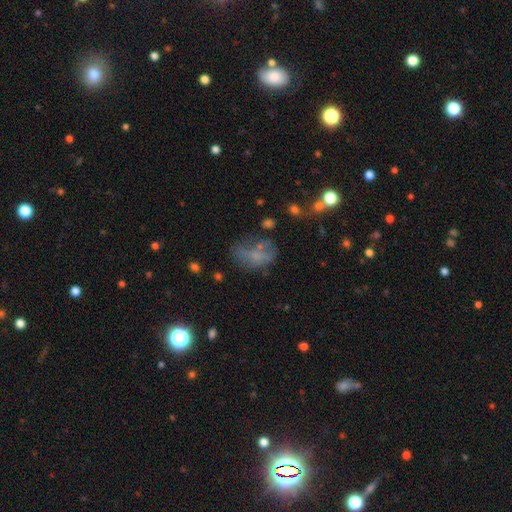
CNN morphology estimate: smooth_or_featured: smooth (p=0.47) [alt: featured or disk p=0.33]
merging: none (p=0.39) [alt: major disturbance p=0.28]